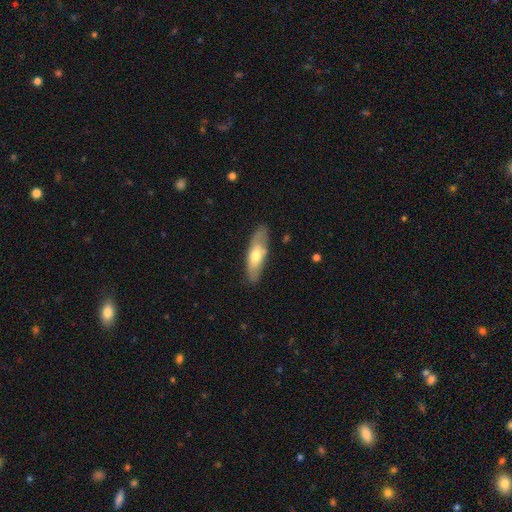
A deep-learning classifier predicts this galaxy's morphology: Smooth or featured? Predicted: smooth (p=0.57). How rounded? Predicted: in between (p=0.54). Merging? Predicted: none (p=0.77).